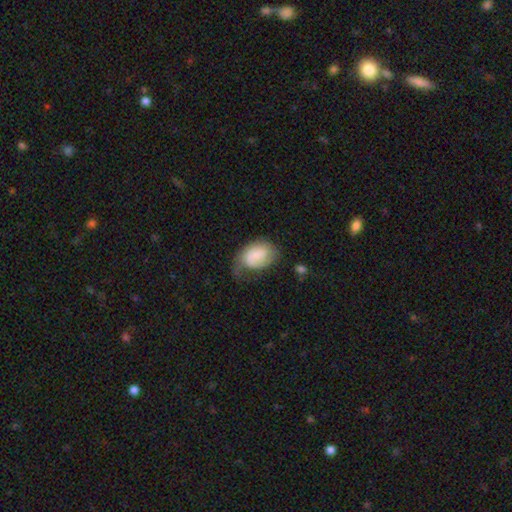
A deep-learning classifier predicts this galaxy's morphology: This appears to be a smooth galaxy with no disk features (52%) that is in between round and cigar-shaped (79%). Merging: none (37%).